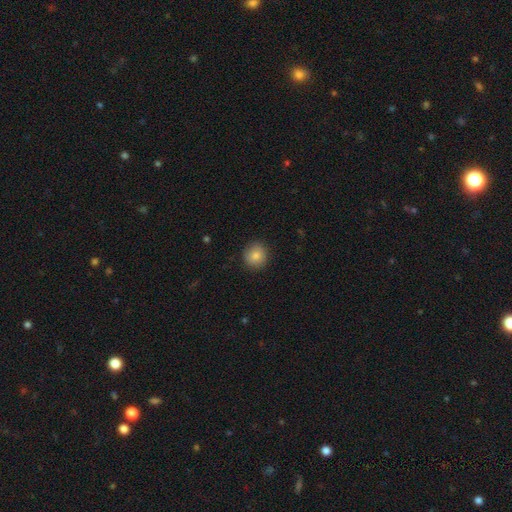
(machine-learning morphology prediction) A smooth galaxy with no disk features (84%) that is round (90%). Merging: none (89%).